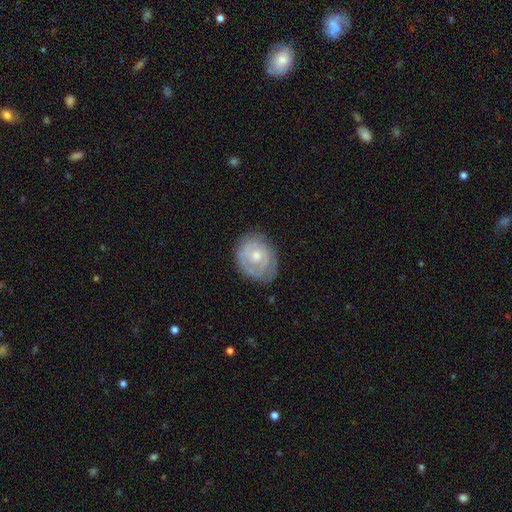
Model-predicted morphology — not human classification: Smooth or featured: featured or disk — 74% (smooth — 20%)
Edge-on disk: no — 97% (yes — 3%)
Bar: no — 73% (weak — 23%)
Spiral arms: yes — 83% (no — 17%)
Spiral winding: tight — 70% (medium — 23%)
Spiral arm count: 2 — 39% (can't tell — 34%)
Bulge size: moderate — 54% (small — 38%)
Merging: none — 73% (minor disturbance — 19%)